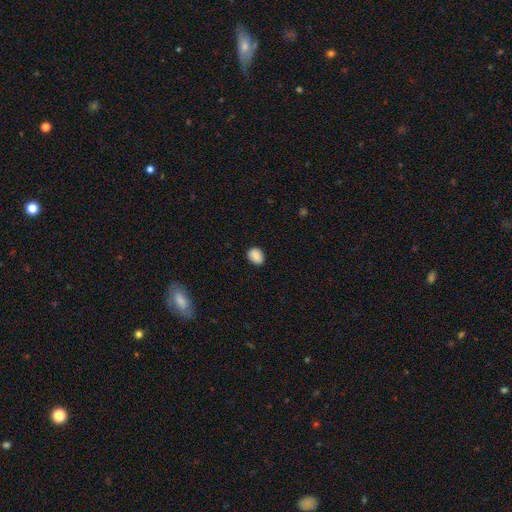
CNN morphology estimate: Smooth or featured? smooth (87%)
How rounded? in between (64%)
Merging? none (83%)